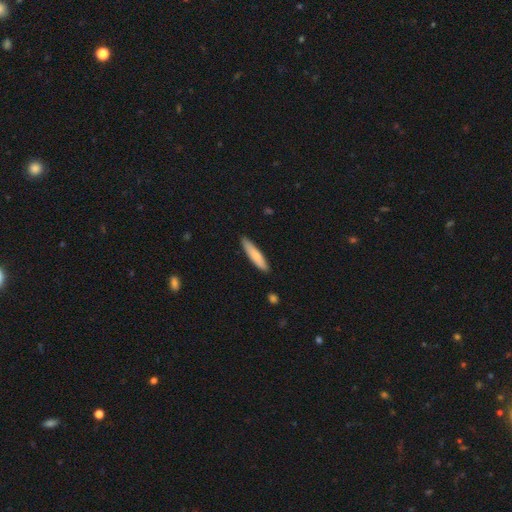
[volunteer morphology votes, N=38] Smooth or featured? 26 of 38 (68%) said smooth. How rounded? 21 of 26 (81%) said cigar-shaped. Merging? 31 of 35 (89%) said none.